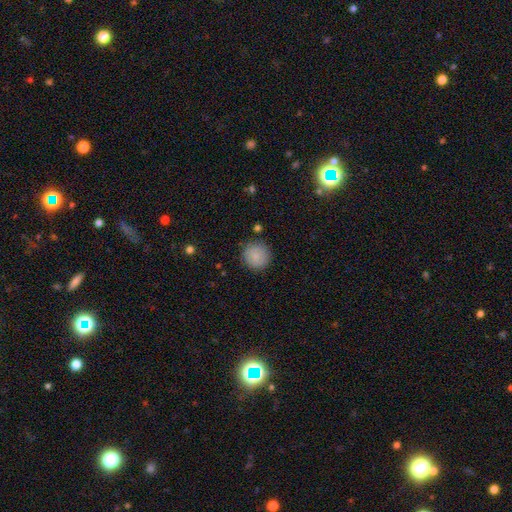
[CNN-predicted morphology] Smooth or featured?
  - smooth: 86% *
  - star or artifact: 7%
  - featured or disk: 7%
How rounded?
  - round: 94% *
  - in between: 5%
  - cigar-shaped: 1%
Merging?
  - none: 87% *
  - minor disturbance: 9%
  - major disturbance: 3%
  - merger: 2%